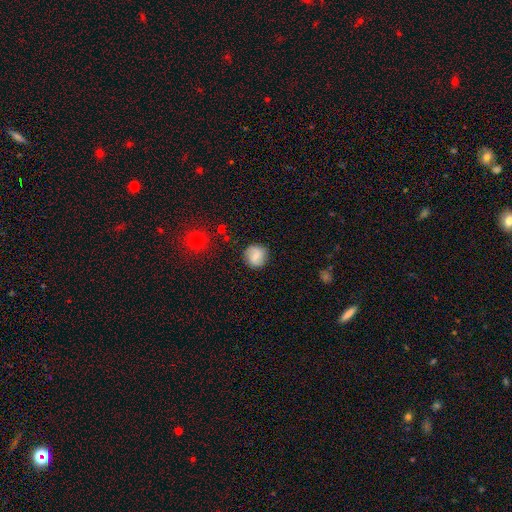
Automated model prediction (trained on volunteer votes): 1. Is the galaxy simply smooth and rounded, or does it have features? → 64% smooth, 28% featured or disk, 8% star or artifact.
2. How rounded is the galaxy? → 90% round, 9% in between, 1% cigar-shaped.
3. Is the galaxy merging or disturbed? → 84% none, 11% minor disturbance, 3% major disturbance, 1% merger.